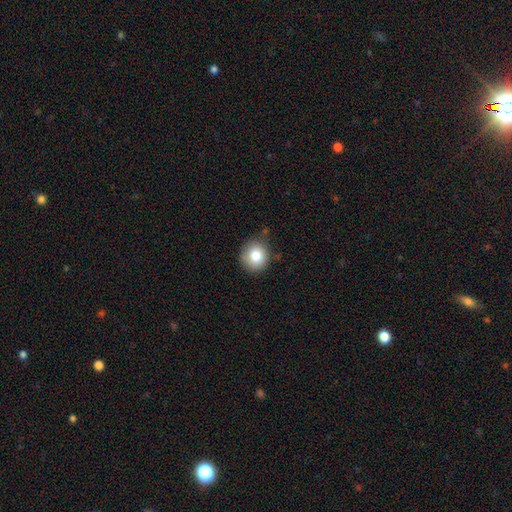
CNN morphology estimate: smooth_or_featured: smooth (p=0.80) [alt: star or artifact p=0.10]
how_rounded: round (p=0.88) [alt: in between p=0.11]
merging: none (p=0.82) [alt: minor disturbance p=0.13]